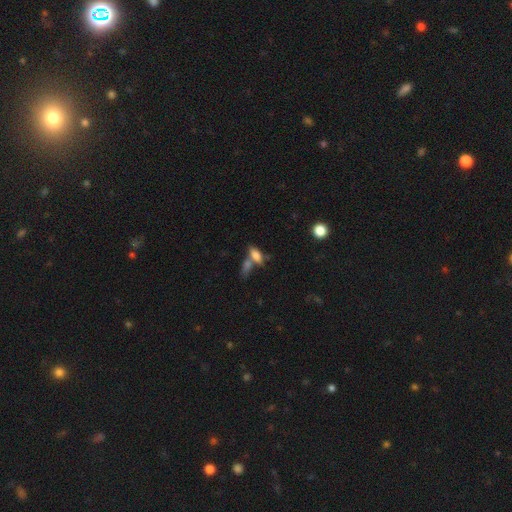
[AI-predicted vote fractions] Smooth or featured? Predicted: smooth (p=0.74). How rounded? Predicted: in between (p=0.77). Merging? Predicted: merger (p=0.42).